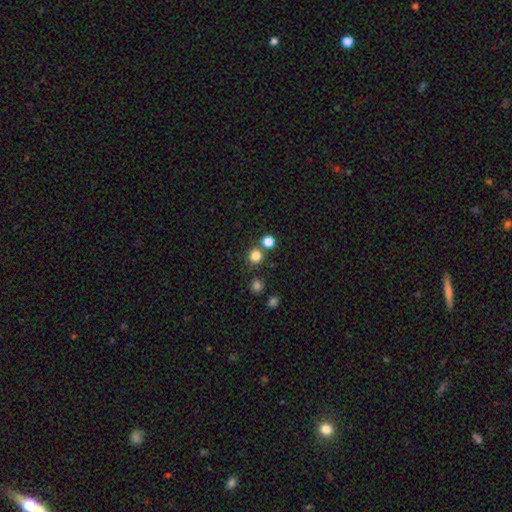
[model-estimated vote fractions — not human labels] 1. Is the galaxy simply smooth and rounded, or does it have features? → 81% smooth, 15% star or artifact, 5% featured or disk.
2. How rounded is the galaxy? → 92% round, 7% in between, 1% cigar-shaped.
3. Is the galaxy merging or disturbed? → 76% none, 15% merger, 6% minor disturbance, 3% major disturbance.